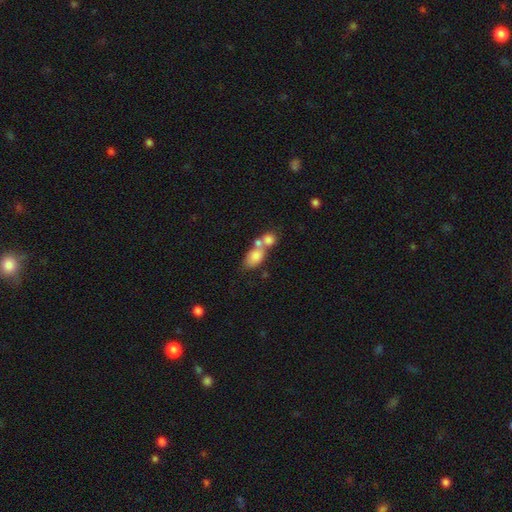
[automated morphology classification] Q: Smooth or featured?
A: smooth (74%); runner-up: featured or disk (17%)
Q: How rounded?
A: in between (79%); runner-up: round (17%)
Q: Merging?
A: merger (58%); runner-up: none (26%)